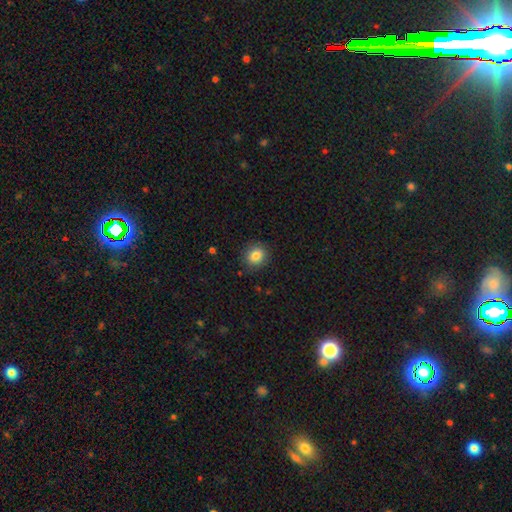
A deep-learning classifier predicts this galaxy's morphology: A smooth galaxy with no disk features (84%) that is round (81%). Merging: none (89%).